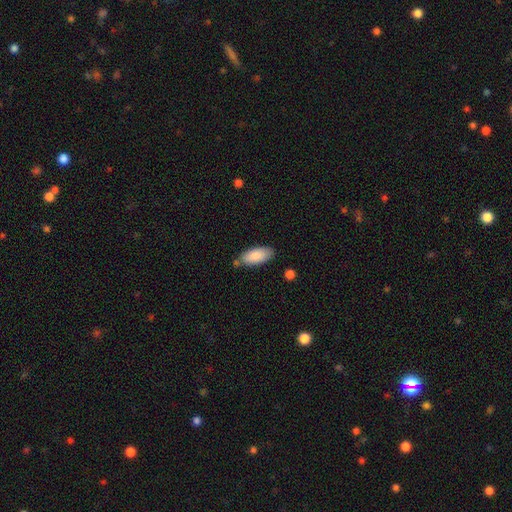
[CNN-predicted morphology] type=smooth (88%); roundness=in between (86%); merging=none (74%).